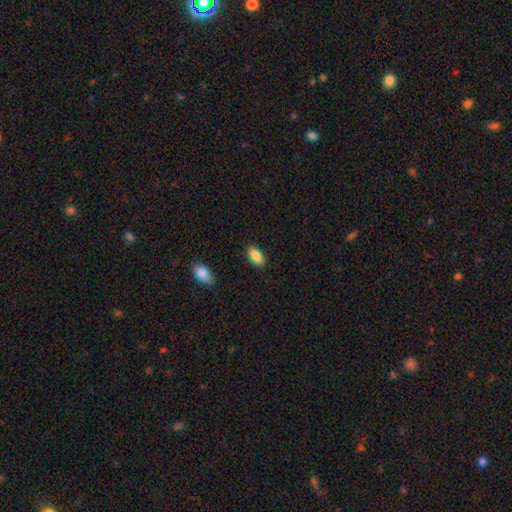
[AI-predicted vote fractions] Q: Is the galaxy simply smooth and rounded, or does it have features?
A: smooth — 88%.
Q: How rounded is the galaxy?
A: in between — 92%.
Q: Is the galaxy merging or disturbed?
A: none — 87%.